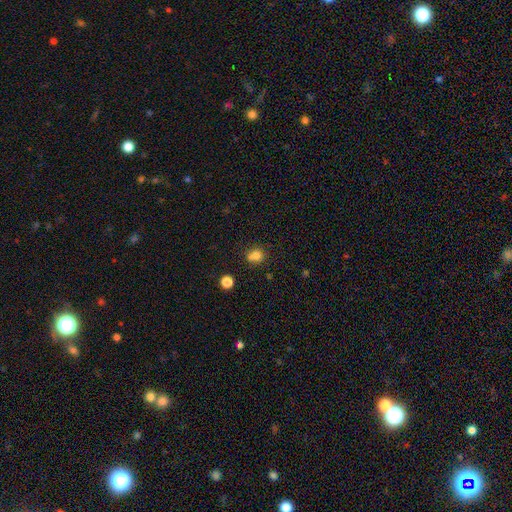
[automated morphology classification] smooth-or-featured: smooth: 77% | star or artifact: 13% | featured or disk: 10%
  how-rounded: round: 76% | in between: 23% | cigar-shaped: 1%
  merging: none: 50% | merger: 32% | minor disturbance: 13% | major disturbance: 5%